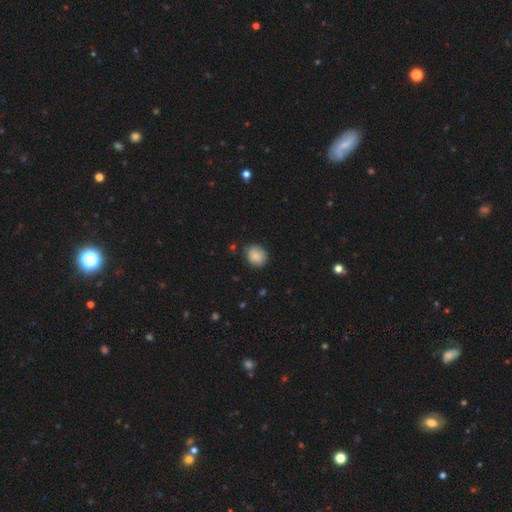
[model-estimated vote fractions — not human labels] smooth 84%, star or artifact 8%, featured or disk 8%. Down the decision tree: how rounded — round (73%); merging — none (80%).